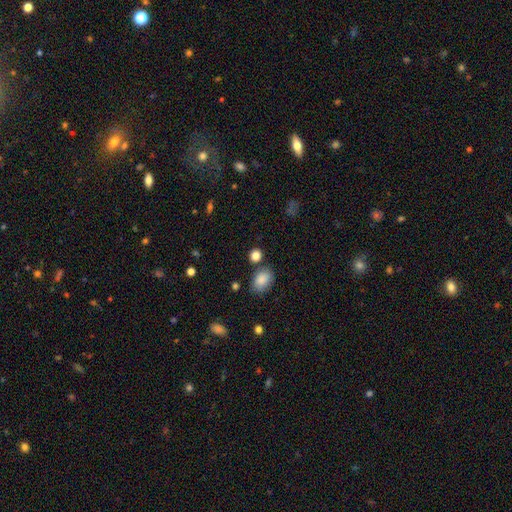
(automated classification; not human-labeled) The model was most divided on "how rounded": round: 62%, in between: 36%, cigar-shaped: 1%. More confident: smooth or featured — smooth (86%); merging — none (74%).